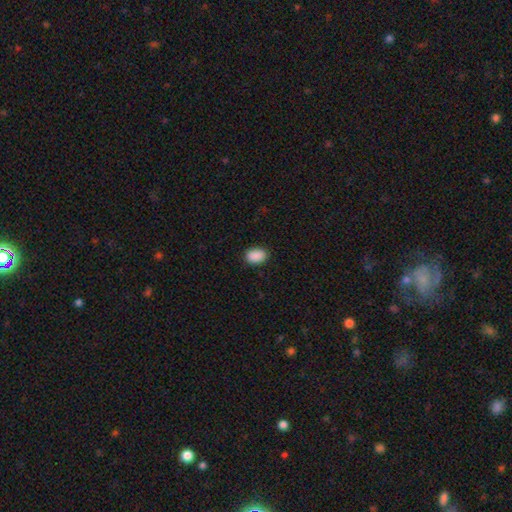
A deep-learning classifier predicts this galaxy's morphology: A smooth galaxy with no disk features (90%) that is in between round and cigar-shaped (83%). Merging: none (88%).